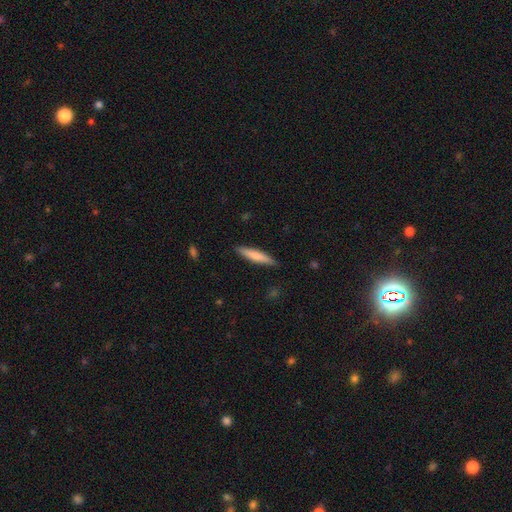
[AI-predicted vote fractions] smooth-or-featured: smooth: 74% | featured or disk: 21% | star or artifact: 5%
  how-rounded: cigar-shaped: 89% | in between: 9% | round: 1%
  merging: none: 89% | minor disturbance: 8% | major disturbance: 2% | merger: 1%